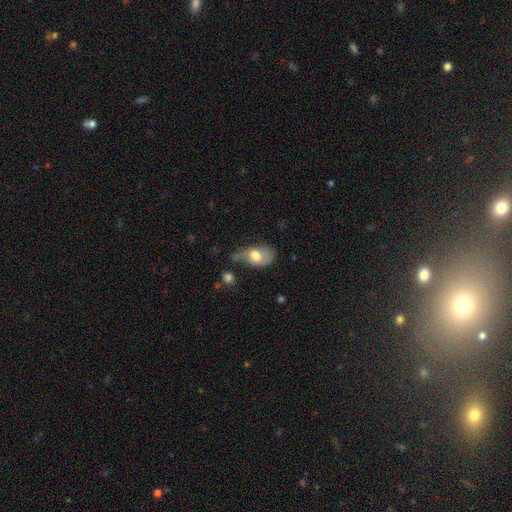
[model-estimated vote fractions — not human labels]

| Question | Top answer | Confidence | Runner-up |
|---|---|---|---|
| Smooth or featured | smooth | 58% | featured or disk (34%) |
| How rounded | in between | 87% | round (11%) |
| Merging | minor disturbance | 36% | none (30%) |